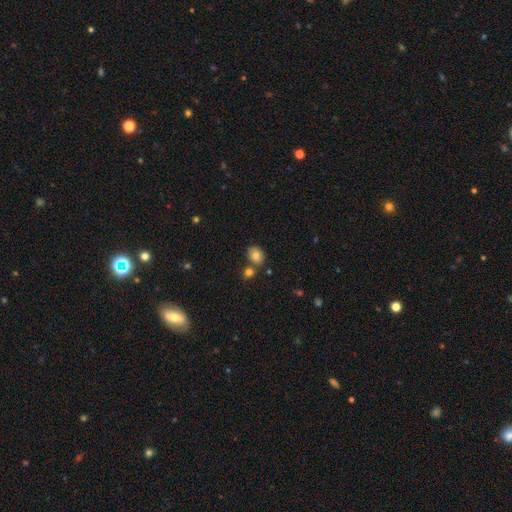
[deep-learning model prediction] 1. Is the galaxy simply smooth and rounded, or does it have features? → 79% smooth, 11% featured or disk, 10% star or artifact.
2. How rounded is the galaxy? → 51% round, 48% in between, 1% cigar-shaped.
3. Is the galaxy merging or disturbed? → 71% none, 14% merger, 12% minor disturbance, 3% major disturbance.